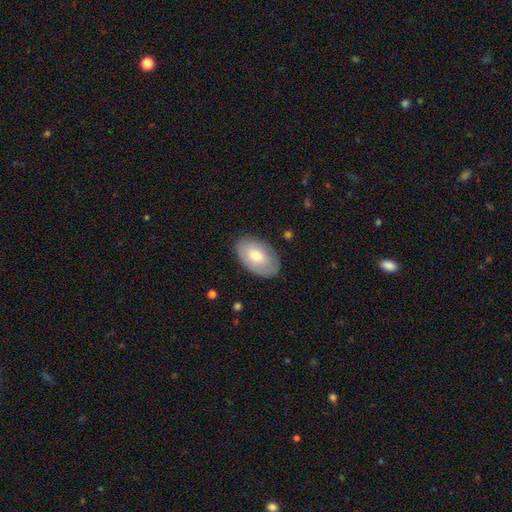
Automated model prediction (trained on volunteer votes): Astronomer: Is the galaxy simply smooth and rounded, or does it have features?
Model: smooth — 67%.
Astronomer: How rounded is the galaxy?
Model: in between — 93%.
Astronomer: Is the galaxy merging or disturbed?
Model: none — 82%.